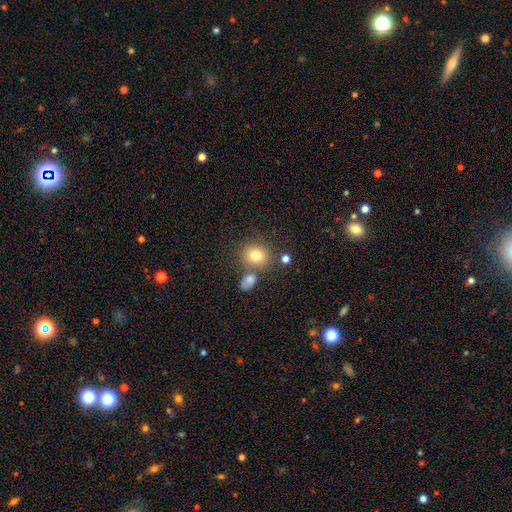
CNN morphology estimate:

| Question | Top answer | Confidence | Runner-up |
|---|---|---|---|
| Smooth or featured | smooth | 78% | star or artifact (12%) |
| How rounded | round | 66% | in between (33%) |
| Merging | none | 64% | merger (19%) |